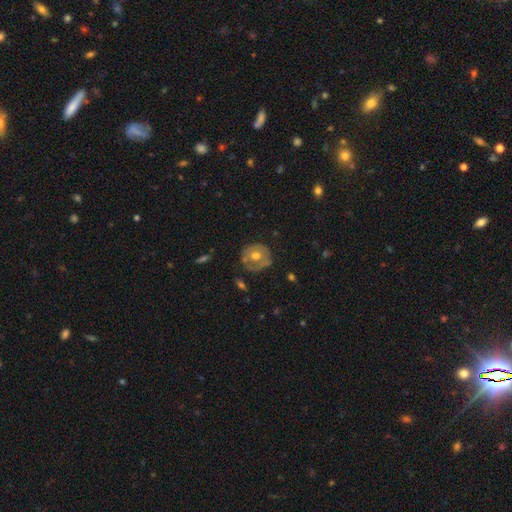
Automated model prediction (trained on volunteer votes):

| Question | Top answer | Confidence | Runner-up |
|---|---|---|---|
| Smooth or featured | featured or disk | 48% | smooth (45%) |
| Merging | none | 67% | minor disturbance (22%) |